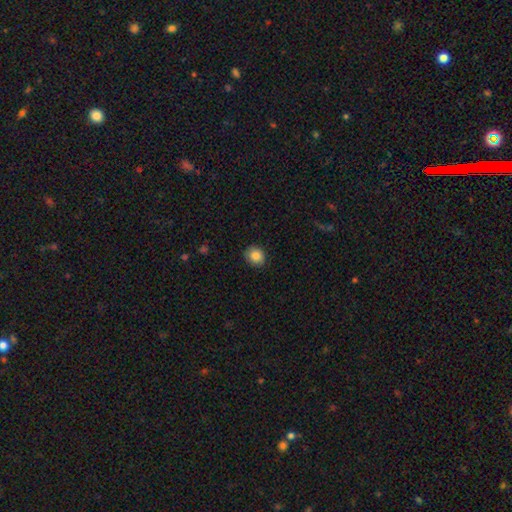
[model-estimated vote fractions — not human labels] Morphology: type=smooth (84%); roundness=round (81%); merging=none (89%).